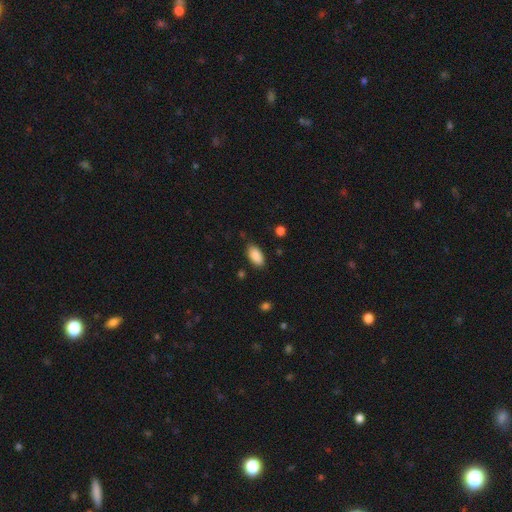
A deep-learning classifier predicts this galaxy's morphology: Smooth or featured? smooth (89%)
How rounded? in between (94%)
Merging? none (81%)